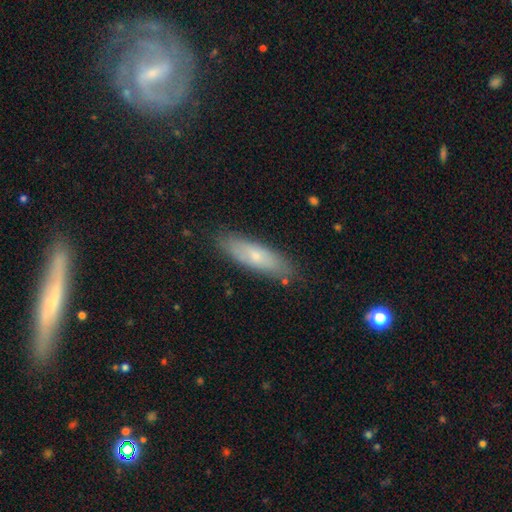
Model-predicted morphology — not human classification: This appears to be a smooth galaxy with no disk features (65%) that is cigar-shaped (57%). Merging: none (82%).